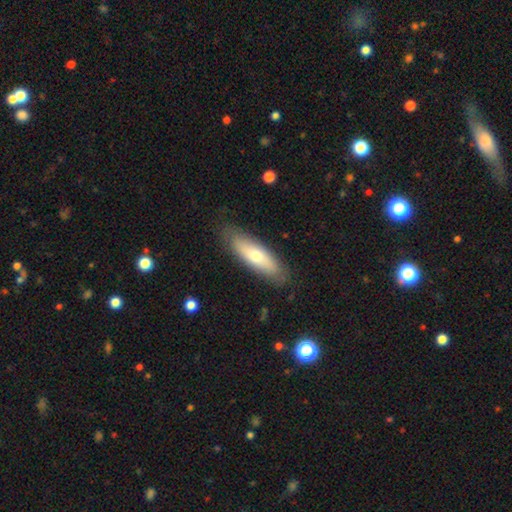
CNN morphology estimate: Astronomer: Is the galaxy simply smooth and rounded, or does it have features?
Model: smooth — 62%.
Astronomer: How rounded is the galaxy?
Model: in between — 50% (runner-up: cigar-shaped, 48%).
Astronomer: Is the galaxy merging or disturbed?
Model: none — 84%.